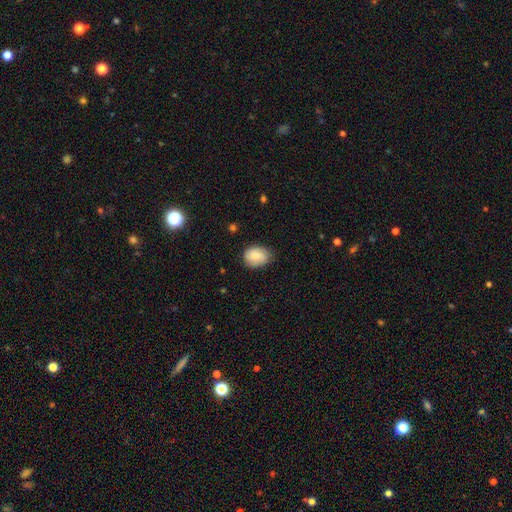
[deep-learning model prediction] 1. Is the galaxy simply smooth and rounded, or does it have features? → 76% smooth, 17% featured or disk, 8% star or artifact.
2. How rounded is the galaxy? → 64% in between, 35% round, 1% cigar-shaped.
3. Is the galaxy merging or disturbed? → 73% none, 21% minor disturbance, 4% major disturbance, 1% merger.